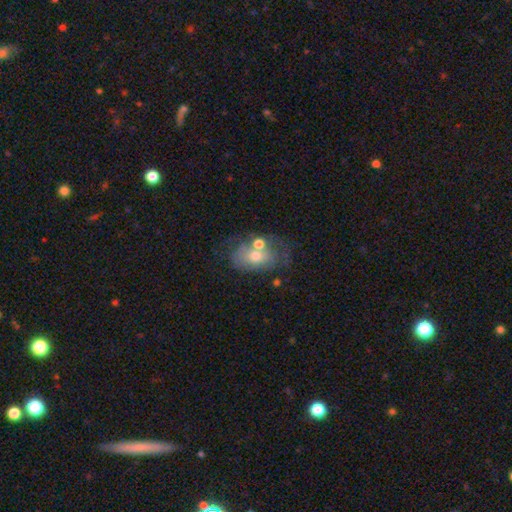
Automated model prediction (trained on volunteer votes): This is possibly a smooth galaxy (49%). Merging: marginally none (37%).